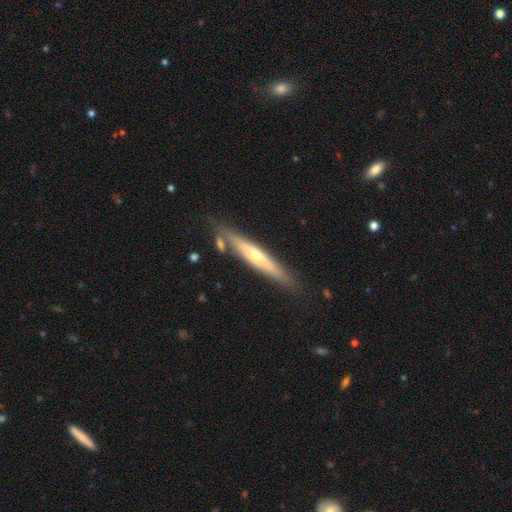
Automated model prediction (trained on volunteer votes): A featured or disk galaxy (61%) viewed edge-on (90%) with a rounded central bulge (78%).

Vote fractions:
- Smooth or featured? featured or disk: 61% / smooth: 33% / star or artifact: 6%
- Edge-on disk? yes: 90% / no: 10%
- Edge-on bulge? rounded: 78% / none: 18% / boxy: 4%
- Merging? none: 81% / minor disturbance: 12% / merger: 5% / major disturbance: 3%